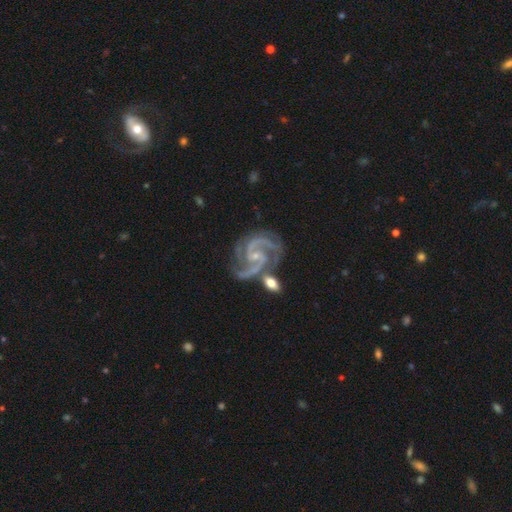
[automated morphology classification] smooth_or_featured: featured or disk (p=0.94) [alt: star or artifact p=0.04]
disk_edge_on: no (p=0.98) [alt: yes p=0.02]
bar: no (p=0.49) [alt: weak p=0.36]
has_spiral_arms: yes (p=0.99) [alt: no p=0.01]
spiral_winding: medium (p=0.63) [alt: tight p=0.27]
spiral_arm_count: 2 (p=0.76) [alt: 3 p=0.15]
bulge_size: small (p=0.79) [alt: moderate p=0.15]
merging: none (p=0.57) [alt: minor disturbance p=0.20]